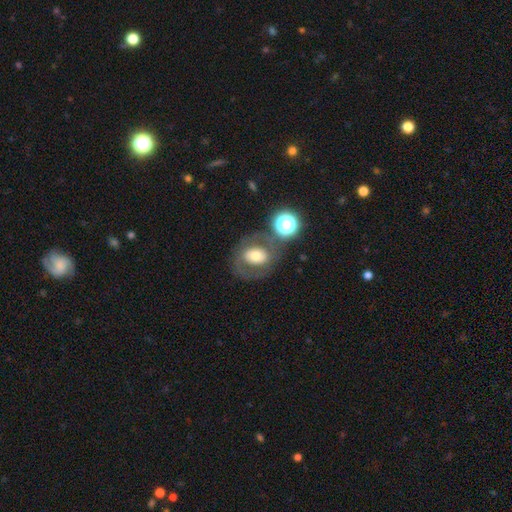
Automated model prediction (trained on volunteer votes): Smooth or featured?
  - smooth: 47% *
  - featured or disk: 42%
  - star or artifact: 11%
Merging?
  - none: 60% *
  - minor disturbance: 15%
  - major disturbance: 14%
  - merger: 11%